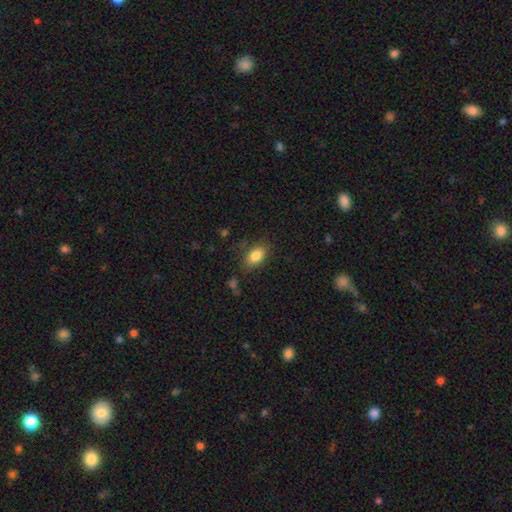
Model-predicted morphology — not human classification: Smooth or featured? smooth (84%)
How rounded? in between (88%)
Merging? none (80%)